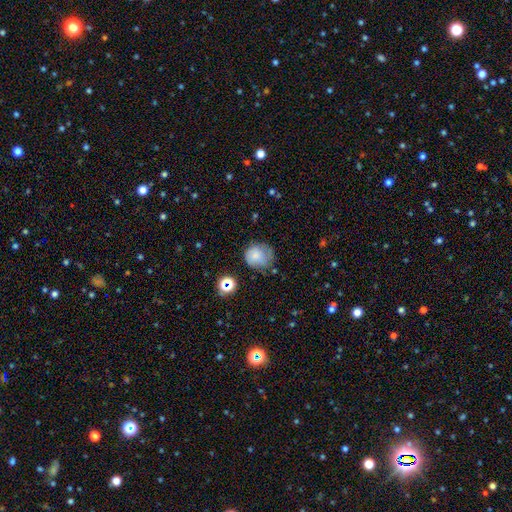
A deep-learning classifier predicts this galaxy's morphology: Smooth or featured: smooth — 74% (featured or disk — 15%)
How rounded: round — 80% (in between — 19%)
Merging: none — 53% (minor disturbance — 31%)